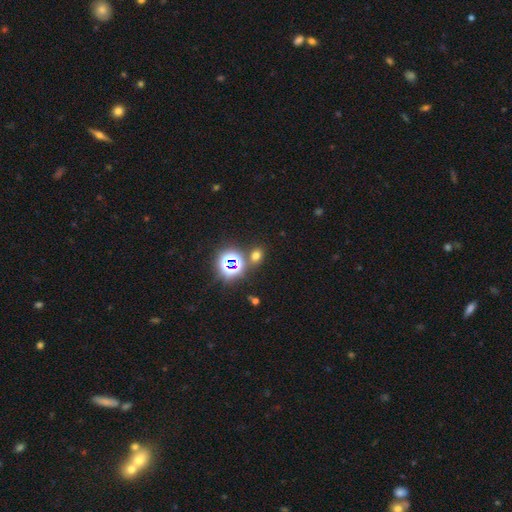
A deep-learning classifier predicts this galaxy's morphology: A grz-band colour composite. It shows a smooth galaxy with no disk features (57%) that is round (52%). Merging: none (78%).